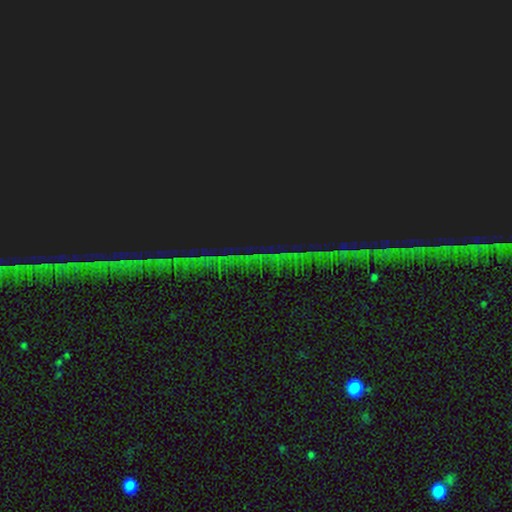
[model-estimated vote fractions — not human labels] A star or artifact, not a galaxy (86%).